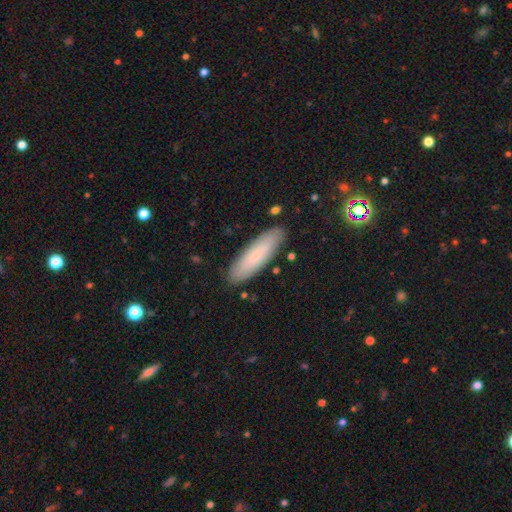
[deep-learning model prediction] Q: Smooth or featured?
A: smooth (73%); runner-up: featured or disk (20%)
Q: How rounded?
A: cigar-shaped (63%); runner-up: in between (35%)
Q: Merging?
A: none (87%); runner-up: minor disturbance (9%)